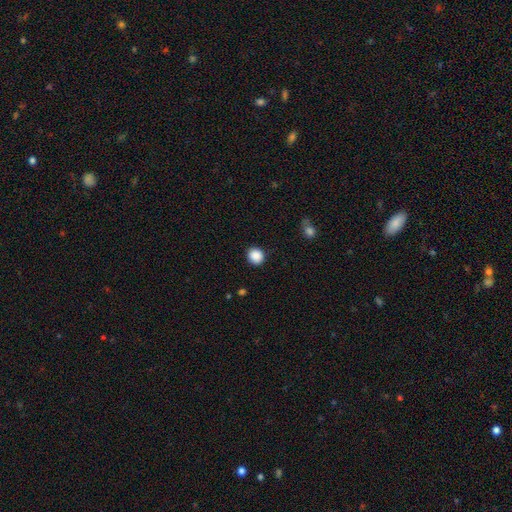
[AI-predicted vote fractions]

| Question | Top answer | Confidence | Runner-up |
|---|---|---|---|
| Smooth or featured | smooth | 89% | star or artifact (9%) |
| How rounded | round | 80% | in between (19%) |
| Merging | none | 89% | minor disturbance (7%) |